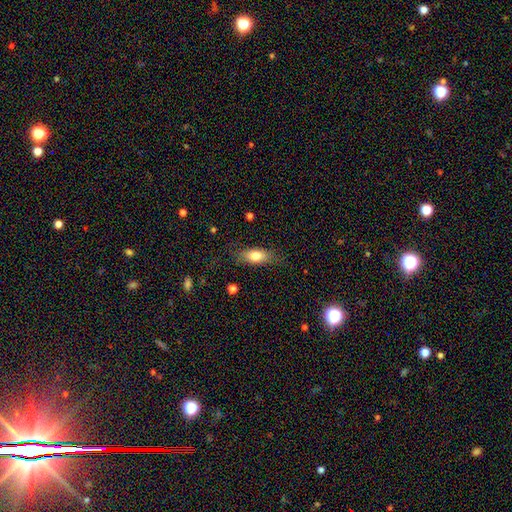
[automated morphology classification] Overall: smooth (75%). How rounded: in between (77%). Merging: none (76%).